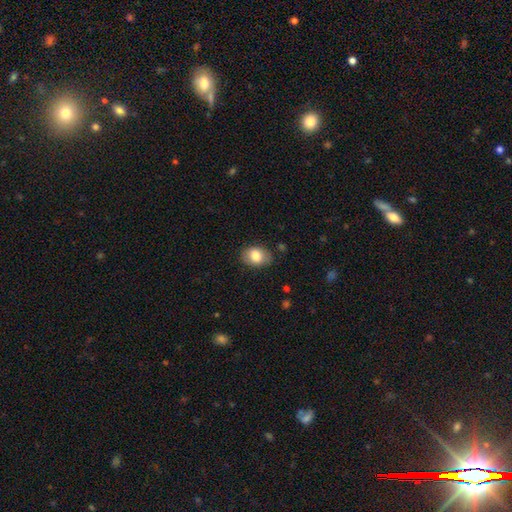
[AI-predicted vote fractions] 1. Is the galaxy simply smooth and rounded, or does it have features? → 80% smooth, 12% featured or disk, 7% star or artifact.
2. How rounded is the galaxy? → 74% in between, 25% round, 1% cigar-shaped.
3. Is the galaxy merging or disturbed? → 83% none, 13% minor disturbance, 3% major disturbance, 1% merger.